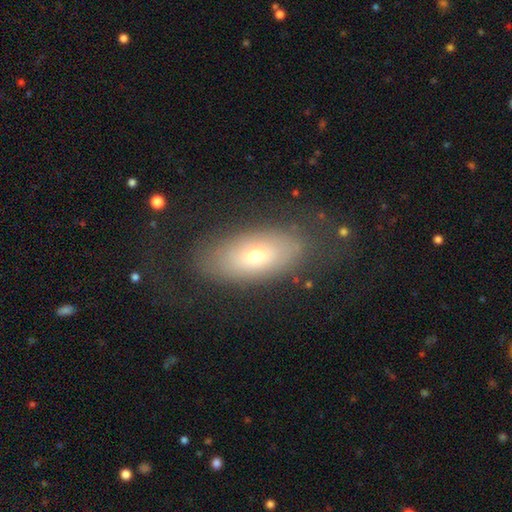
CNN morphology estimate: type=smooth (58%); roundness=in between (84%); merging=none (73%).